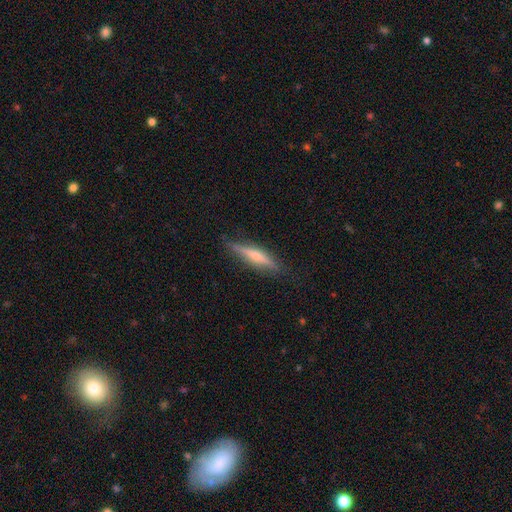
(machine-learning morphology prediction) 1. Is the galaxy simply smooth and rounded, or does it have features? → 61% featured or disk, 33% smooth, 7% star or artifact.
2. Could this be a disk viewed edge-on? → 95% yes, 5% no.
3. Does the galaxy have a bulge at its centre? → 76% rounded, 16% none, 9% boxy.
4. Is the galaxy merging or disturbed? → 82% none, 14% minor disturbance, 3% major disturbance, 1% merger.